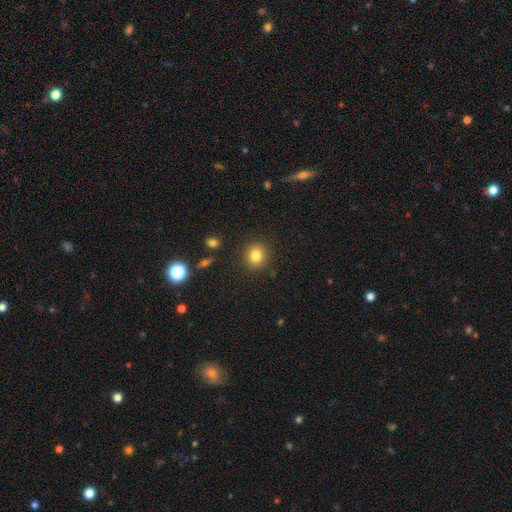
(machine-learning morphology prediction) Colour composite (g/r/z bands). It shows a smooth galaxy with no disk features (82%) that is round (88%). Merging: none (90%).